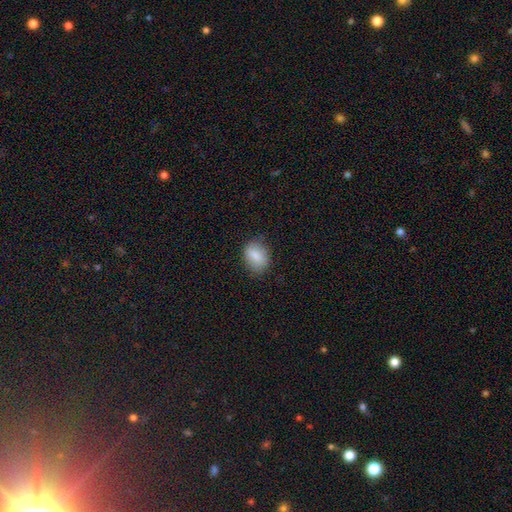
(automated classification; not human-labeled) Smooth or featured? smooth (81%)
How rounded? in between (67%)
Merging? none (74%)